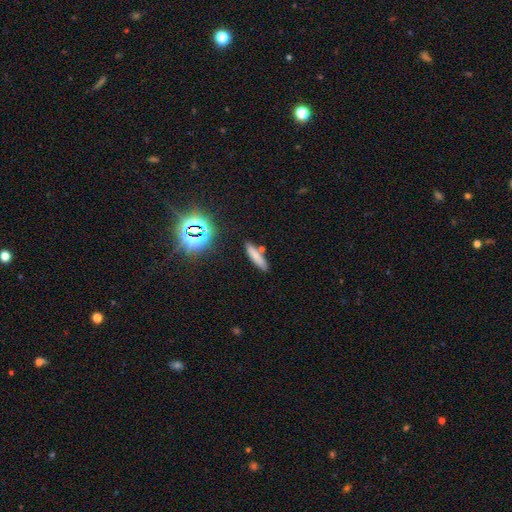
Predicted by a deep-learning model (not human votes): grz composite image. It shows a smooth galaxy with no disk features (75%) that is cigar-shaped (81%). Merging: none (81%).